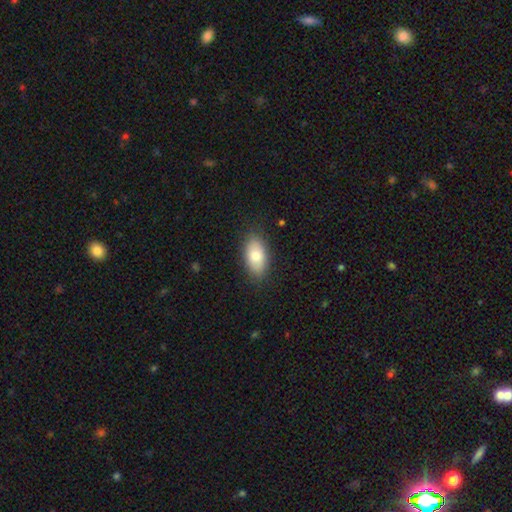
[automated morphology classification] Smooth or featured: smooth — 79% (featured or disk — 14%)
How rounded: in between — 92% (round — 4%)
Merging: none — 86% (minor disturbance — 10%)